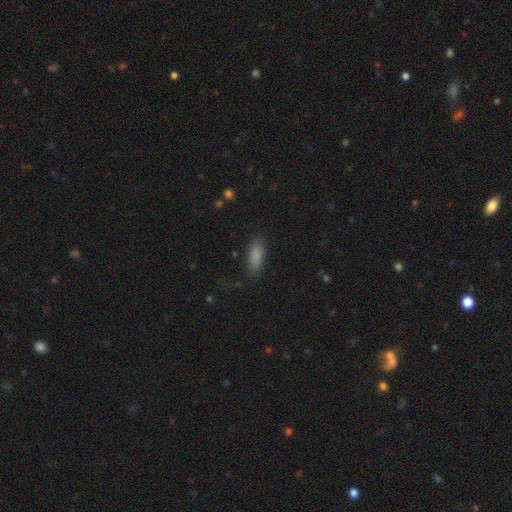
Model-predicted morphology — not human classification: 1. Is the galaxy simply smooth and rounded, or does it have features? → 86% smooth, 8% star or artifact, 6% featured or disk.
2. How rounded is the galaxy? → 72% in between, 26% cigar-shaped, 2% round.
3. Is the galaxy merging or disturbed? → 79% none, 15% minor disturbance, 5% major disturbance, 2% merger.